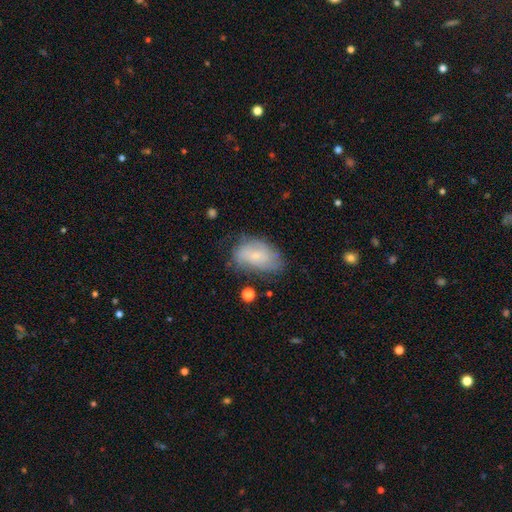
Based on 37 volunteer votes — Overall: smooth (65%; featured or disk 32%). How rounded: in between (92%). Merging: none (39%; minor disturbance 31%).